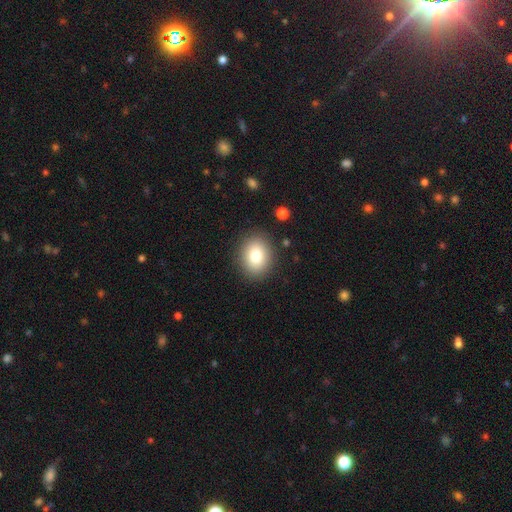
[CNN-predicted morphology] Smooth or featured?
  - smooth: 80% *
  - featured or disk: 10%
  - star or artifact: 10%
How rounded?
  - round: 53% *
  - in between: 46%
  - cigar-shaped: 1%
Merging?
  - none: 88% *
  - minor disturbance: 8%
  - major disturbance: 3%
  - merger: 1%